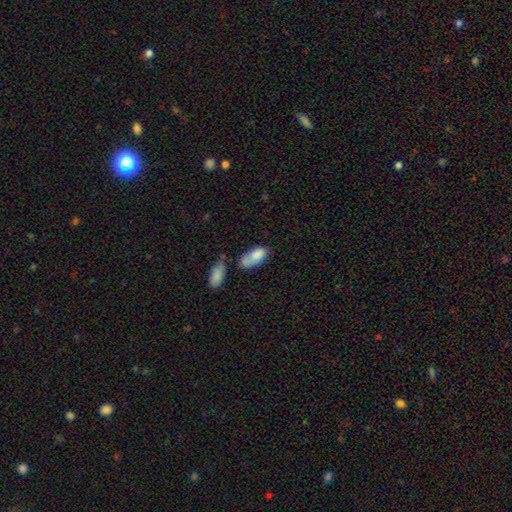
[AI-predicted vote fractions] Morphology: type=smooth (80%); roundness=in between (92%); merging=none (35%).